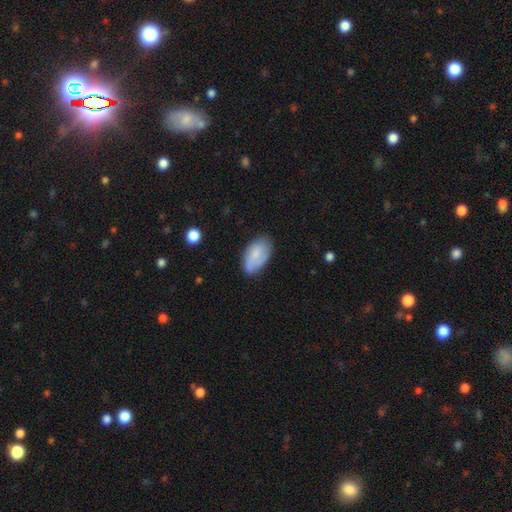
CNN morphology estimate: A smooth galaxy with no disk features (64%) that is in between round and cigar-shaped (93%).

Vote fractions:
- Smooth or featured? smooth: 64% / featured or disk: 29% / star or artifact: 7%
- How rounded? in between: 93% / round: 4% / cigar-shaped: 2%
- Merging? none: 66% / minor disturbance: 25% / major disturbance: 7% / merger: 2%